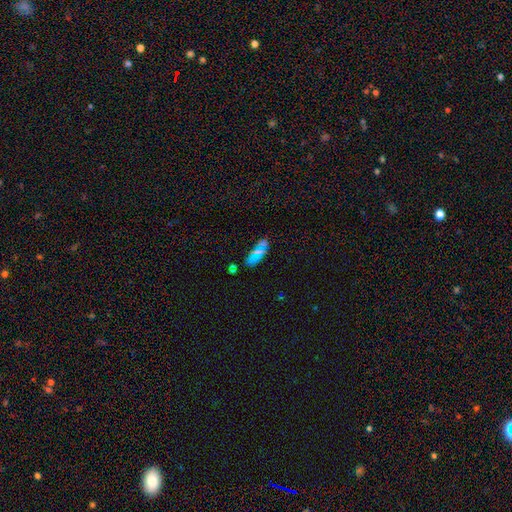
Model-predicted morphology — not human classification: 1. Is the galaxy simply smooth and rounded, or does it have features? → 61% smooth, 27% star or artifact, 13% featured or disk.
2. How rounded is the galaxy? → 78% in between, 16% cigar-shaped, 7% round.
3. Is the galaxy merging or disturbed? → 75% none, 14% minor disturbance, 6% merger, 5% major disturbance.